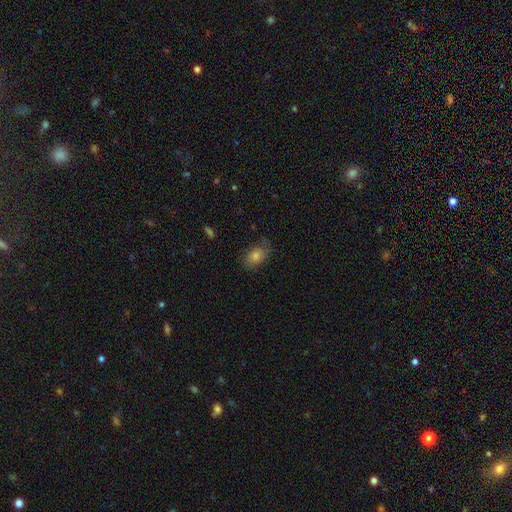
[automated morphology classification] Smooth or featured? Predicted: smooth (p=0.69). How rounded? Predicted: in between (p=0.82). Merging? Predicted: none (p=0.73).